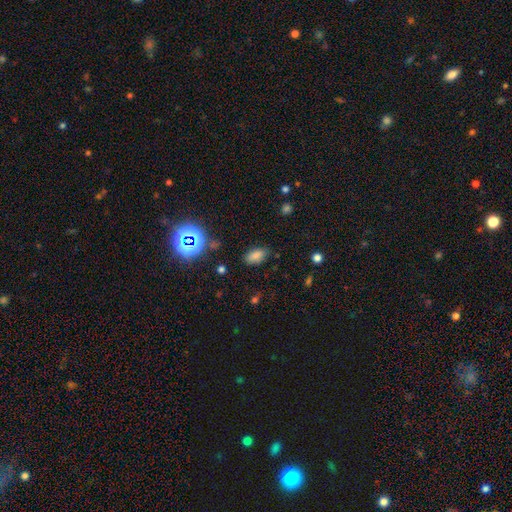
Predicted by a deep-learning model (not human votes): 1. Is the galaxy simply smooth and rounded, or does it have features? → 77% smooth, 16% star or artifact, 7% featured or disk.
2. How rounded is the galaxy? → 91% in between, 6% round, 4% cigar-shaped.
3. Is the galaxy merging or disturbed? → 81% none, 13% minor disturbance, 4% major disturbance, 2% merger.